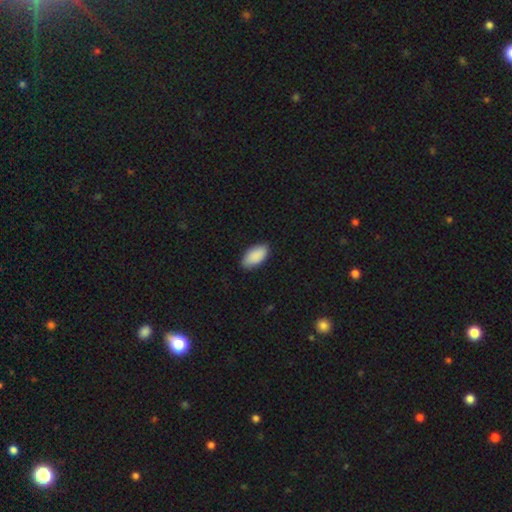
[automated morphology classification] A smooth galaxy with no disk features (91%) that is in between round and cigar-shaped (95%).

Vote fractions:
- Smooth or featured? smooth: 91% / star or artifact: 6% / featured or disk: 3%
- How rounded? in between: 95% / cigar-shaped: 3% / round: 2%
- Merging? none: 86% / minor disturbance: 11% / major disturbance: 2% / merger: 1%